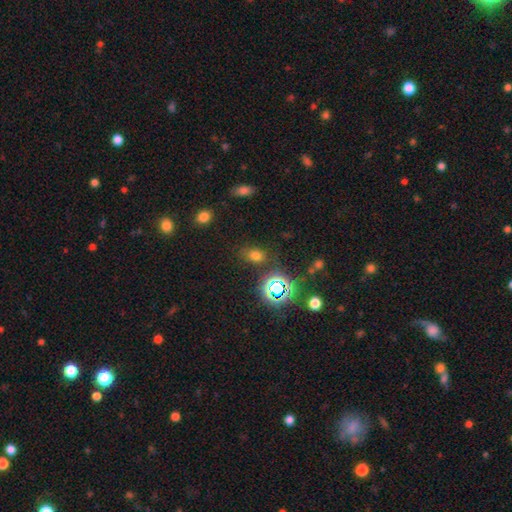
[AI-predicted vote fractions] Overall: smooth (64%; star or artifact 29%). How rounded: in between (67%; round 32%). Merging: none (78%).